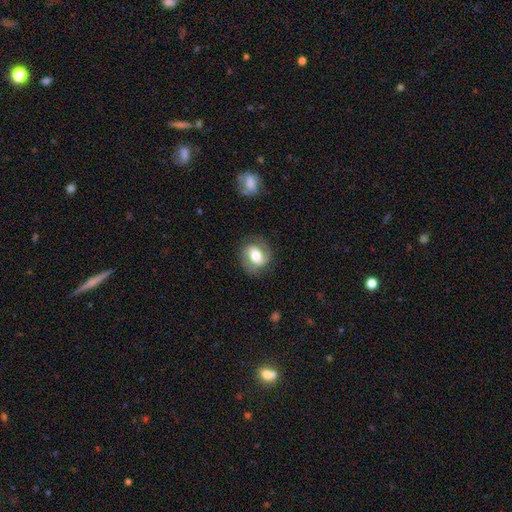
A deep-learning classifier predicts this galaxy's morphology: Overall: featured or disk (57%; smooth 36%). Edge-on disk: no (96%). Bar: weak (39%; no 34%). Spiral arms: yes (81%). Bulge size: moderate (63%; large 23%). Merging: none (77%).